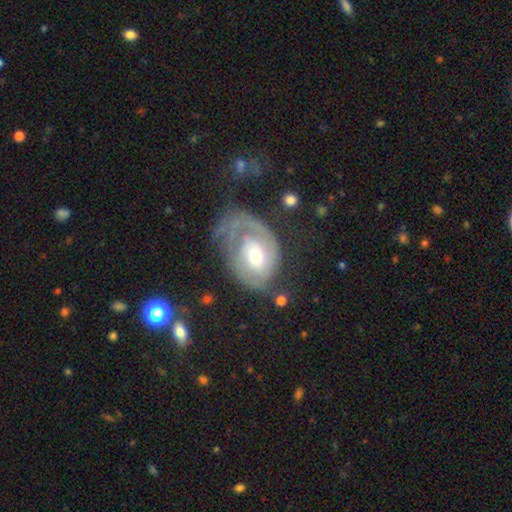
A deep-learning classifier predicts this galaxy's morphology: This appears to be a featured or disk galaxy (77%) with no bar (64%), 1 (38%) tight (59%) spiral arms (84%) and a moderate central bulge (58%). Merging: none (45%).